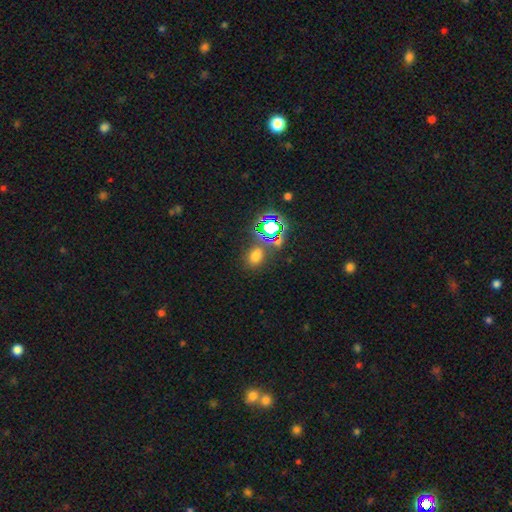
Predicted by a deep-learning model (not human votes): Smooth or featured? smooth (58%)
How rounded? in between (60%)
Merging? none (73%)